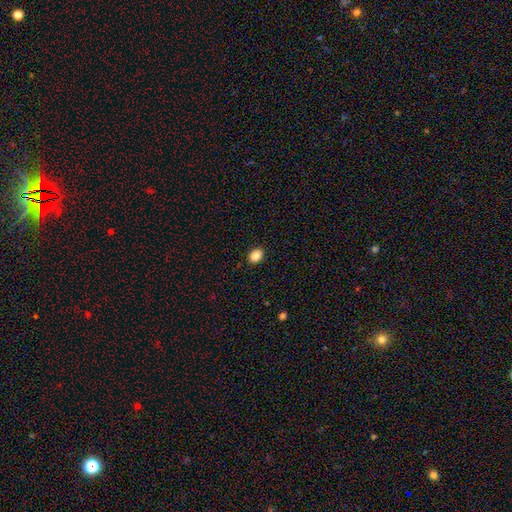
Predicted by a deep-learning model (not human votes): A smooth galaxy with no disk features (87%) that is in between round and cigar-shaped (67%). Merging: none (90%).